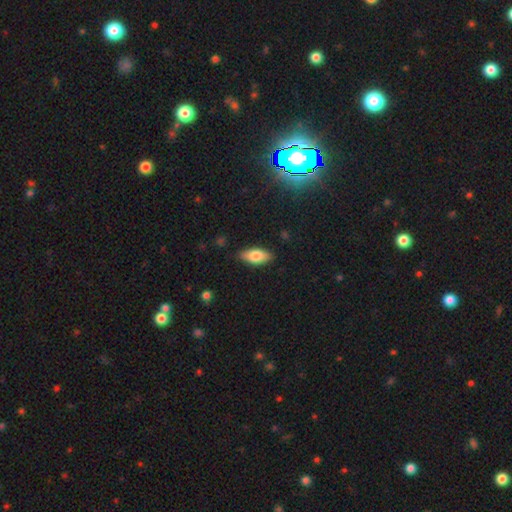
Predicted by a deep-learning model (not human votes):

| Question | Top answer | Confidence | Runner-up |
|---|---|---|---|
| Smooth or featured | smooth | 79% | featured or disk (15%) |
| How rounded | in between | 86% | cigar-shaped (11%) |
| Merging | none | 83% | minor disturbance (13%) |